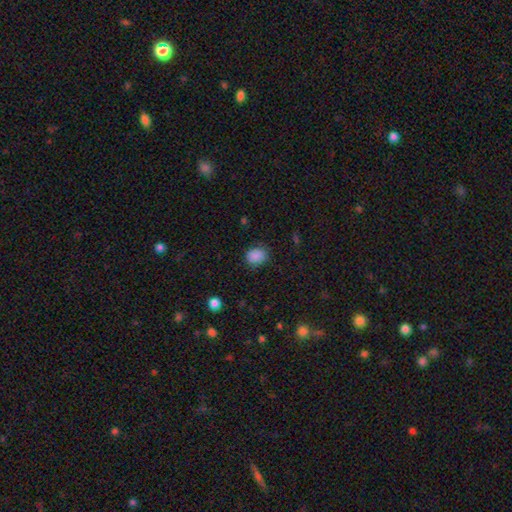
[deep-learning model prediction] smooth_or_featured: smooth (p=0.87) [alt: star or artifact p=0.10]
how_rounded: round (p=0.52) [alt: in between p=0.47]
merging: none (p=0.77) [alt: minor disturbance p=0.17]